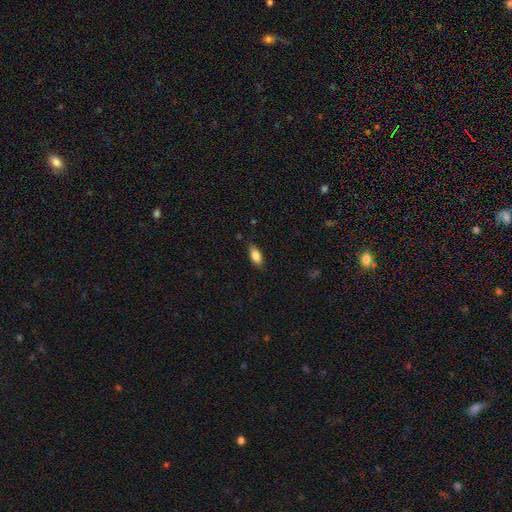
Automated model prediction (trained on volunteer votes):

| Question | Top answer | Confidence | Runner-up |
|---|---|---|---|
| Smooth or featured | smooth | 82% | featured or disk (11%) |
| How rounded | in between | 83% | cigar-shaped (14%) |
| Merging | none | 81% | minor disturbance (15%) |